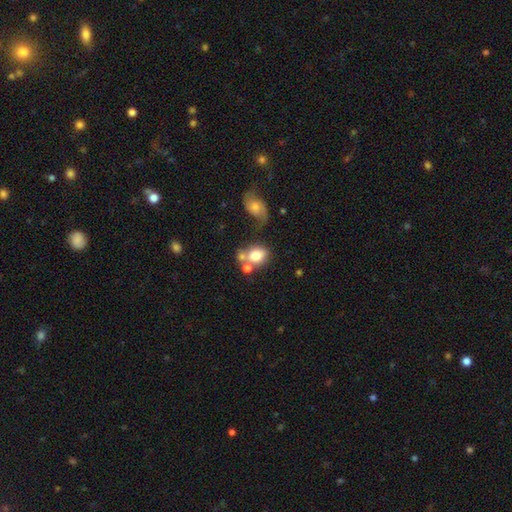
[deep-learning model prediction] smooth-or-featured: smooth: 71% | featured or disk: 20% | star or artifact: 9%
  how-rounded: in between: 61% | round: 37% | cigar-shaped: 1%
  merging: none: 39% | merger: 37% | minor disturbance: 15% | major disturbance: 9%